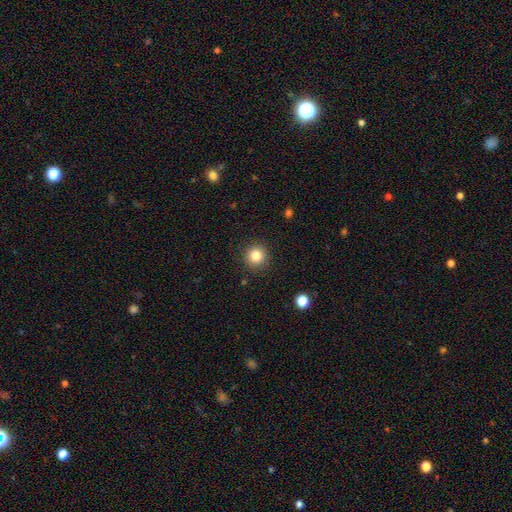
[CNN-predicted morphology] smooth 83%, star or artifact 11%, featured or disk 6%. Down the decision tree: how rounded — round (93%); merging — none (91%).